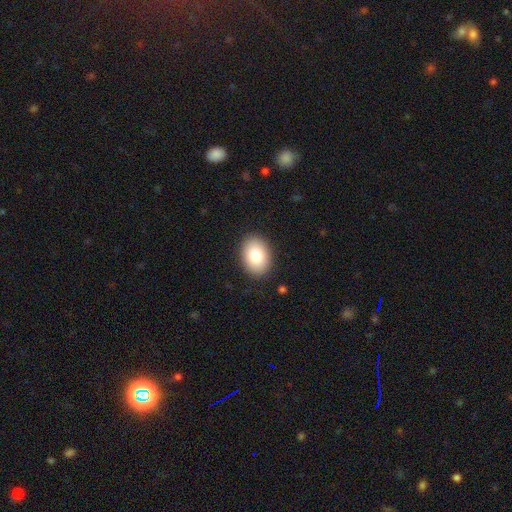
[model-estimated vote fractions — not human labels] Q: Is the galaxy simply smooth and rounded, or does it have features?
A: smooth — 83%.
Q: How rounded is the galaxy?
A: in between — 77%.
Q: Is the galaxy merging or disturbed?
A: none — 89%.